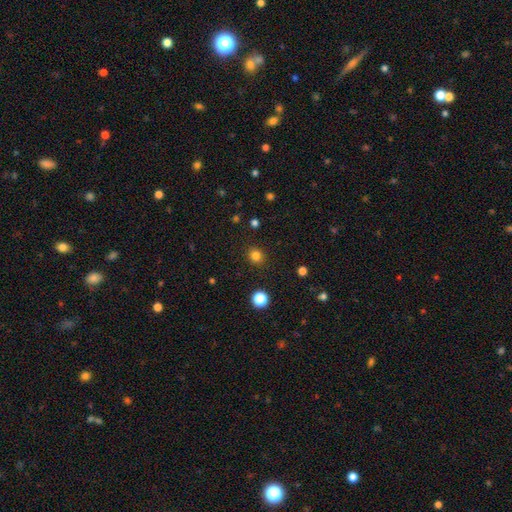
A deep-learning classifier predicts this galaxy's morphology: Smooth or featured: smooth — 81% (star or artifact — 15%)
How rounded: round — 85% (in between — 14%)
Merging: none — 90% (minor disturbance — 7%)